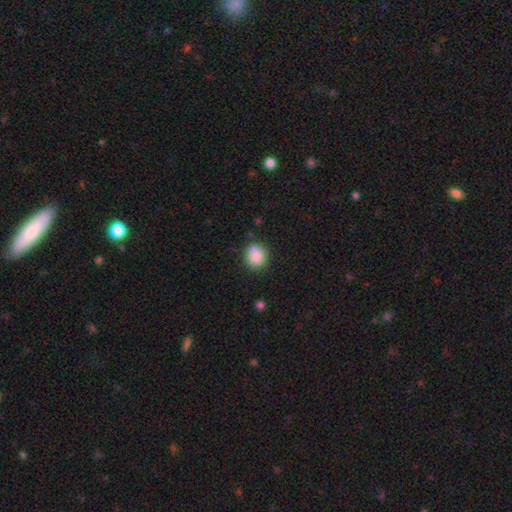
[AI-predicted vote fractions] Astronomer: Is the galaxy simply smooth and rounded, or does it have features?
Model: smooth — 84%.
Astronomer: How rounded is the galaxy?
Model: round — 79%.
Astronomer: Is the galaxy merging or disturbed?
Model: none — 68%.